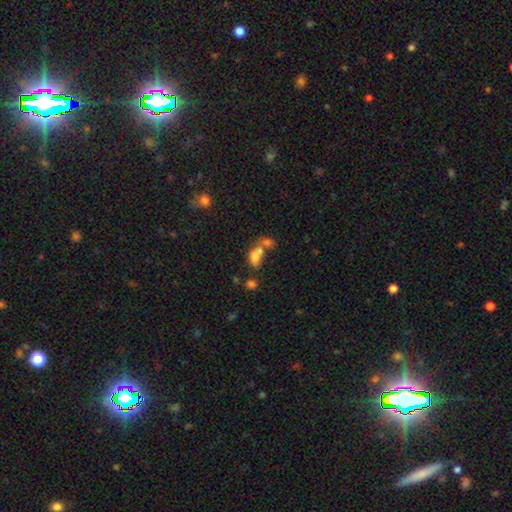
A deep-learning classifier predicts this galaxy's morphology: smooth_or_featured: smooth (p=0.72) [alt: featured or disk p=0.15]
how_rounded: in between (p=0.83) [alt: round p=0.14]
merging: merger (p=0.58) [alt: none p=0.24]